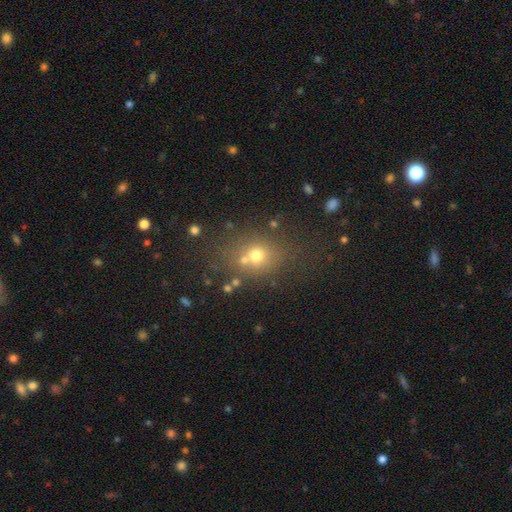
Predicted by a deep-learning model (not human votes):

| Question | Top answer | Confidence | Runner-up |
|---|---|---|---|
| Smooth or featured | smooth | 64% | star or artifact (22%) |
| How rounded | round | 65% | in between (34%) |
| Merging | none | 63% | merger (18%) |